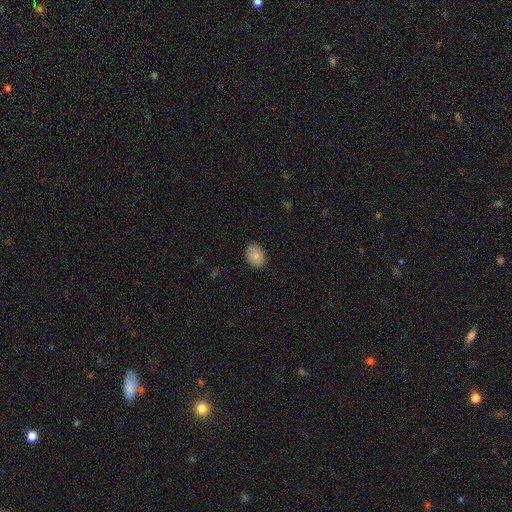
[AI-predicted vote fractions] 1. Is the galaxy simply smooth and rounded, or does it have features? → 86% smooth, 7% star or artifact, 7% featured or disk.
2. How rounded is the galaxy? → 78% in between, 21% round, 1% cigar-shaped.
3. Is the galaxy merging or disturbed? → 84% none, 13% minor disturbance, 2% major disturbance, 1% merger.